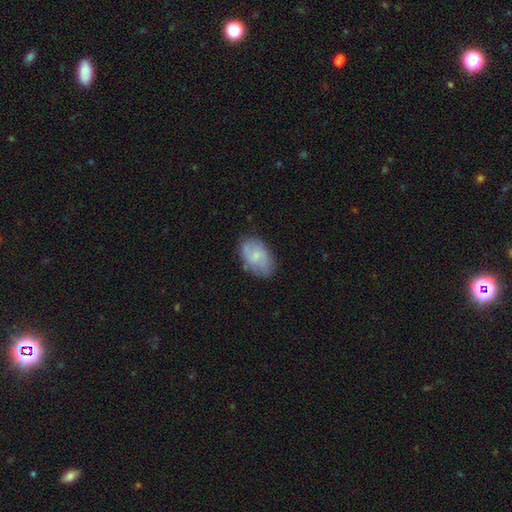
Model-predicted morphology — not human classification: Smooth or featured? smooth (58%)
How rounded? in between (89%)
Merging? none (70%)